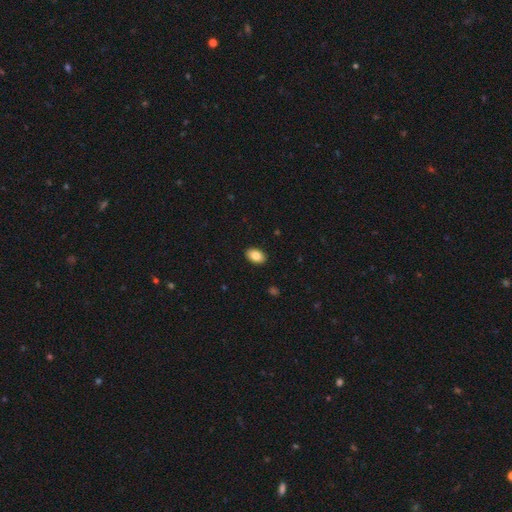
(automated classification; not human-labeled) Smooth or featured? Predicted: smooth (p=0.85). How rounded? Predicted: in between (p=0.90). Merging? Predicted: none (p=0.90).